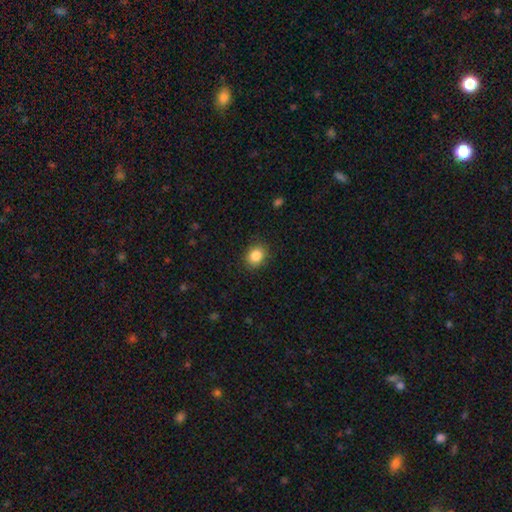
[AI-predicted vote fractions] A smooth galaxy with no disk features (86%) that is round (53%).

Vote fractions:
- Smooth or featured? smooth: 86% / star or artifact: 9% / featured or disk: 5%
- How rounded? round: 53% / in between: 46% / cigar-shaped: 1%
- Merging? none: 87% / minor disturbance: 9% / major disturbance: 3% / merger: 1%